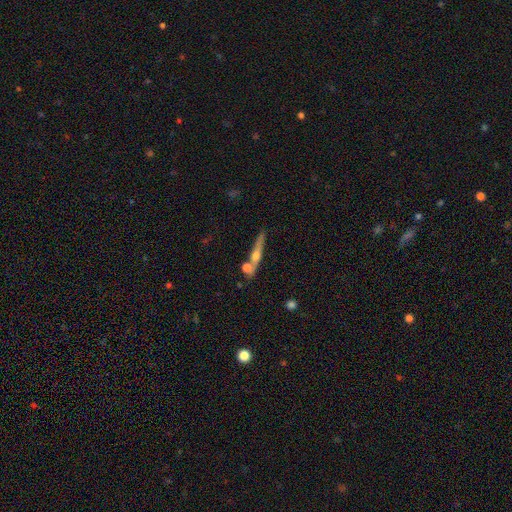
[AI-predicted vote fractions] Overall: featured or disk (56%; smooth 35%). Edge-on disk: yes (91%). Edge-on bulge: rounded (83%). Merging: none (62%).